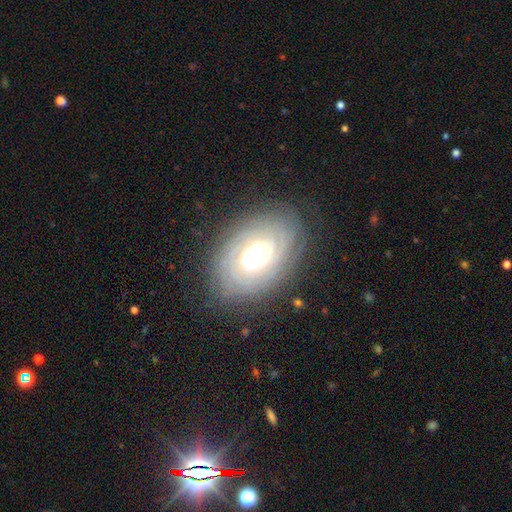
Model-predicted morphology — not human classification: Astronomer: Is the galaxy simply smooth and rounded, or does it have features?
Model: featured or disk — 80%.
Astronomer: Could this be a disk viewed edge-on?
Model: no — 95%.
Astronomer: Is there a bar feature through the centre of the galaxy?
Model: no — 72%.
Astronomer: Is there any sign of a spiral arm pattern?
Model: yes — 92%.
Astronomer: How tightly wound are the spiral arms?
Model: tight — 81%.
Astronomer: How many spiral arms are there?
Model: can't tell — 41%.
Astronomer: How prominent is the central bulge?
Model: moderate — 60%.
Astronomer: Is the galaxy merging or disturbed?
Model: none — 80%.